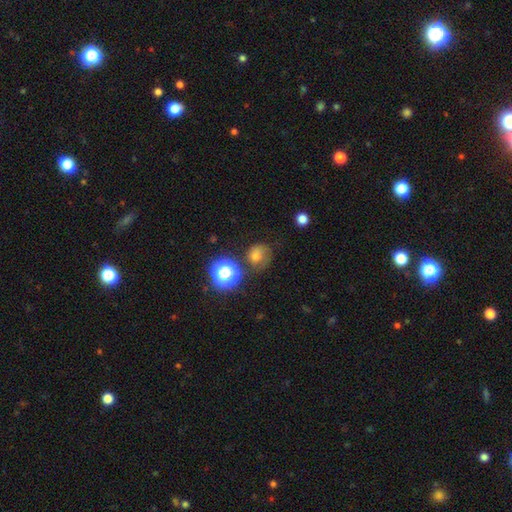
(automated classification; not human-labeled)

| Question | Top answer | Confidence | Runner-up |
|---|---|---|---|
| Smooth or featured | smooth | 59% | star or artifact (25%) |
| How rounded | round | 75% | in between (24%) |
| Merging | none | 55% | minor disturbance (23%) |